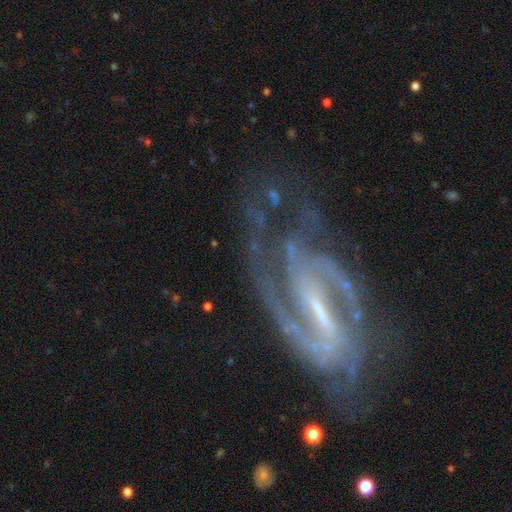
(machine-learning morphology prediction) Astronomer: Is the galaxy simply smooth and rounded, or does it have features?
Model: featured or disk — 91%.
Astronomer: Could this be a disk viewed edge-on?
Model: no — 96%.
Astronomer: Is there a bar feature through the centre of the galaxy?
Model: strong — 53% (runner-up: weak, 37%).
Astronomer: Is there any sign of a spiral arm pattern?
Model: yes — 98%.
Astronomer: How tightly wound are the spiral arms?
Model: medium — 51% (runner-up: tight, 37%).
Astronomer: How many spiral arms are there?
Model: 2 — 68%.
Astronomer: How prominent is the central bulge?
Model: small — 61%.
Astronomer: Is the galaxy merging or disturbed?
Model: none — 60%.